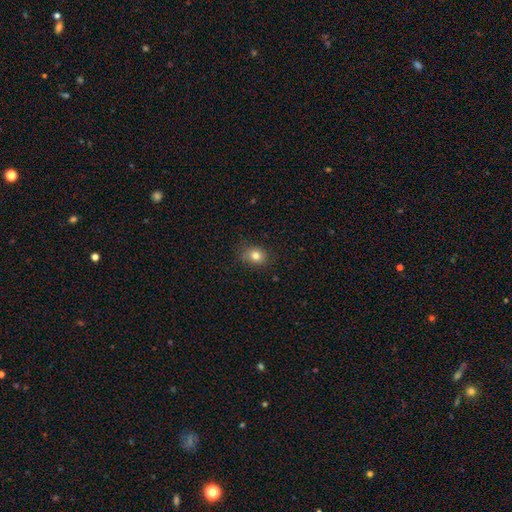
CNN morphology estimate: Smooth or featured?
  - smooth: 80% *
  - star or artifact: 12%
  - featured or disk: 8%
How rounded?
  - round: 54% *
  - in between: 45%
  - cigar-shaped: 1%
Merging?
  - none: 84% *
  - minor disturbance: 12%
  - major disturbance: 3%
  - merger: 1%